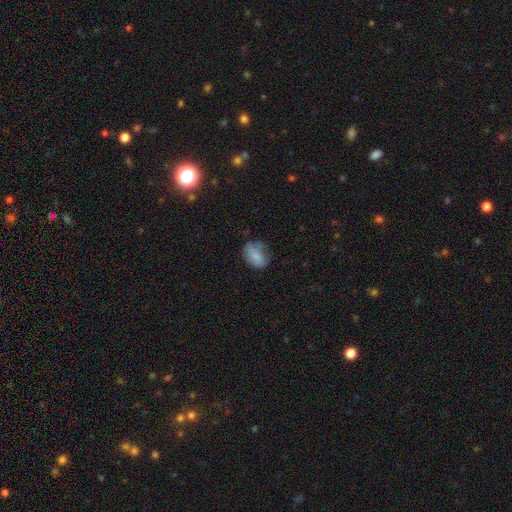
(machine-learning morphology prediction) A smooth galaxy with no disk features (71%) that is in between round and cigar-shaped (75%). Merging: none (51%).